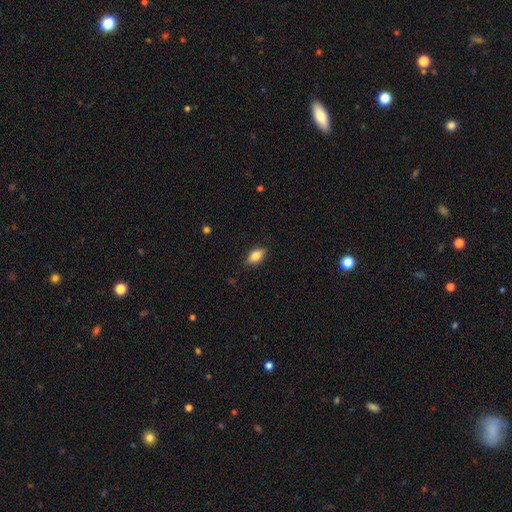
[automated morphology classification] Overall: smooth (72%). How rounded: in between (82%). Merging: none (84%).